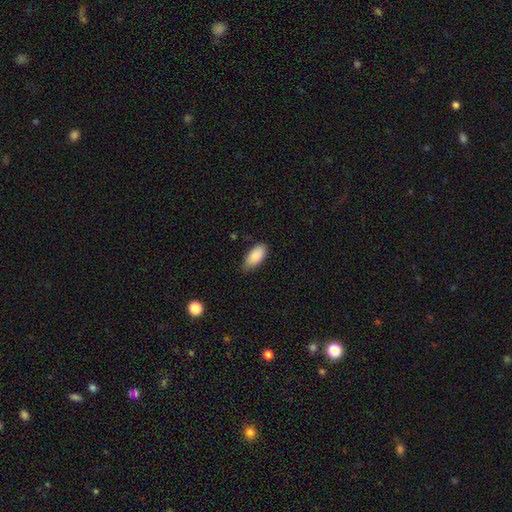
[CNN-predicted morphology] Smooth or featured? smooth (89%)
How rounded? in between (90%)
Merging? none (70%)